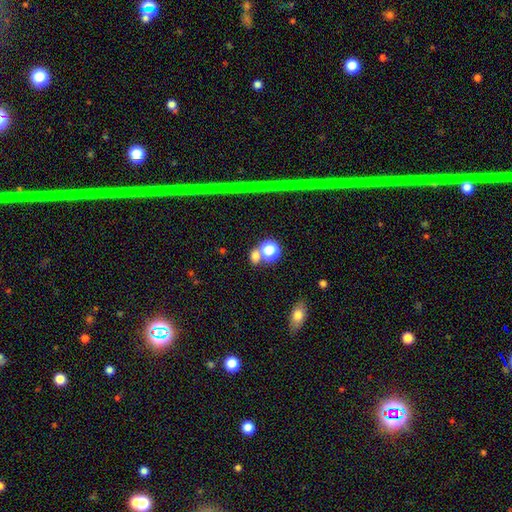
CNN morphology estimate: This appears to be a smooth galaxy with no disk features (69%) that is round (58%). Merging: none (61%).